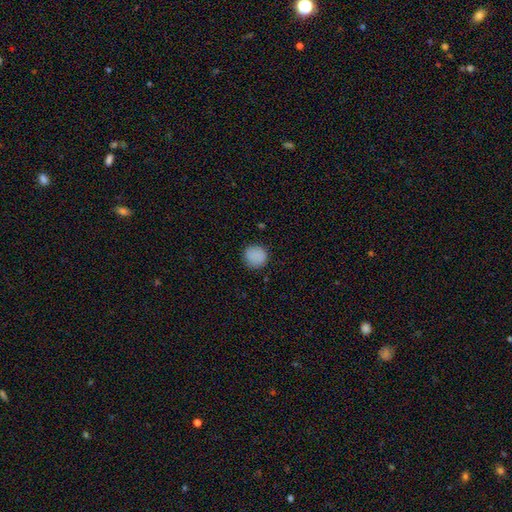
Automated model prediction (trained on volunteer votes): Smooth or featured? Predicted: smooth (p=0.87). How rounded? Predicted: round (p=0.93). Merging? Predicted: none (p=0.88).